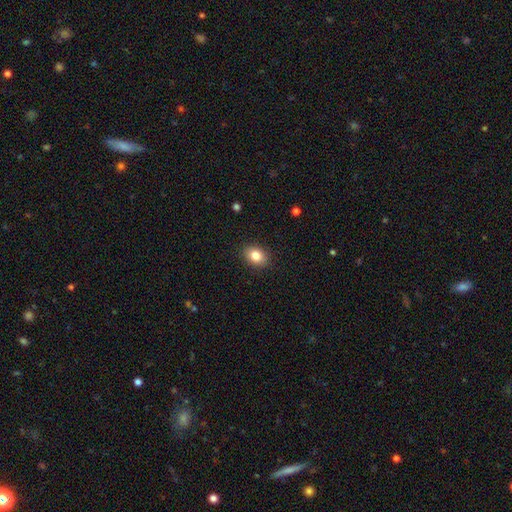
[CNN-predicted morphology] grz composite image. It shows a smooth galaxy with no disk features (83%) that is in between round and cigar-shaped (64%). Merging: none (89%).